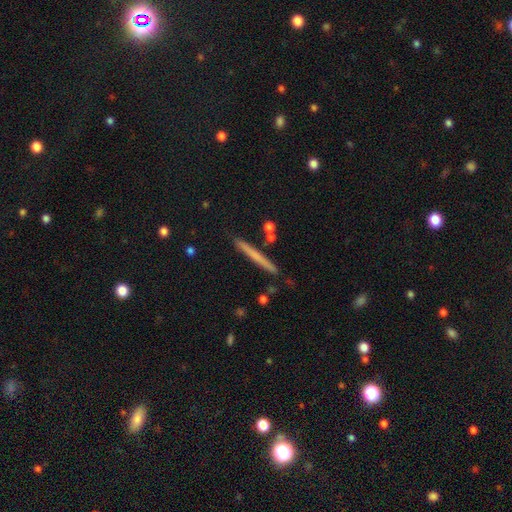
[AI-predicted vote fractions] This appears to be a smooth galaxy with no disk features (55%) that is cigar-shaped (97%). Merging: none (89%).